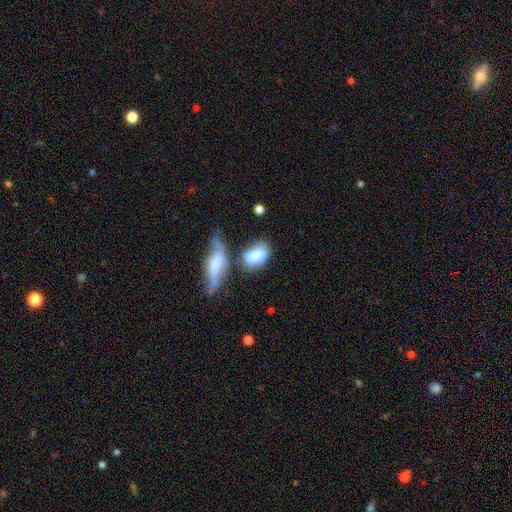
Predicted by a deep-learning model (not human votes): smooth 73%, featured or disk 20%, star or artifact 7%. Down the decision tree: how rounded — in between (85%); merging — none (42%).